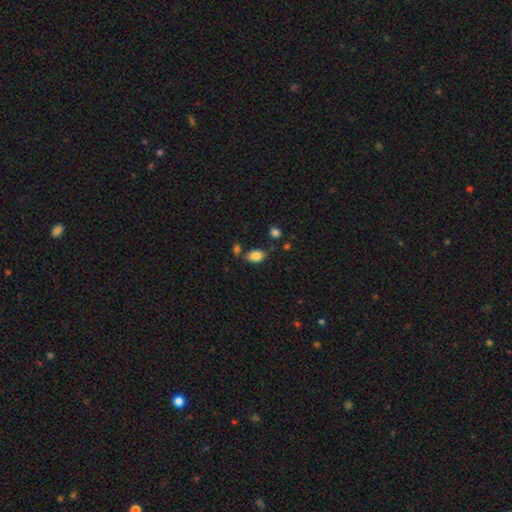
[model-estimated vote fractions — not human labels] A smooth galaxy with no disk features (84%) that is in between round and cigar-shaped (88%). Merging: none (73%).